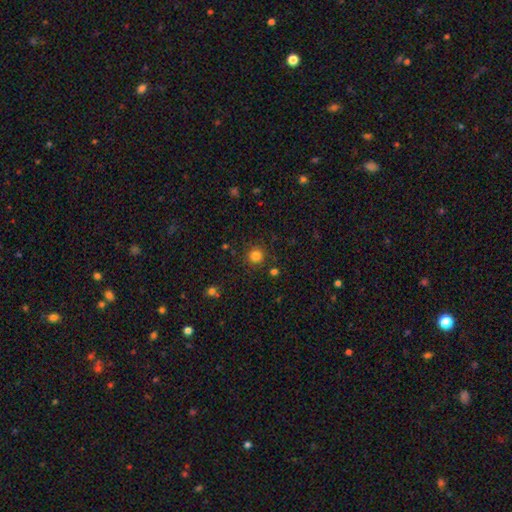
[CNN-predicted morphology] Overall: smooth (82%). How rounded: round (94%). Merging: none (87%).